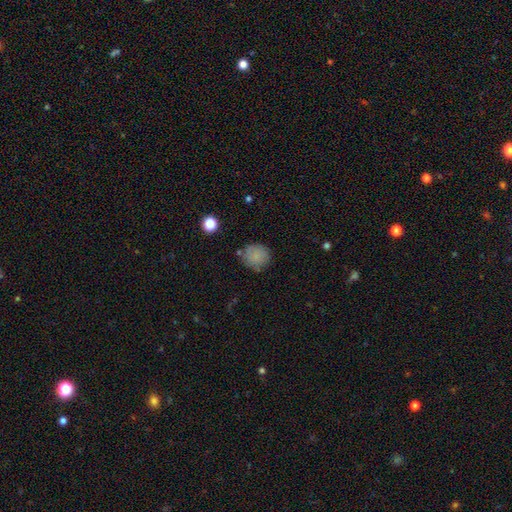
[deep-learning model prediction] smooth-or-featured: smooth: 83% | star or artifact: 10% | featured or disk: 8%
  how-rounded: round: 86% | in between: 13% | cigar-shaped: 1%
  merging: none: 76% | minor disturbance: 15% | merger: 4% | major disturbance: 4%